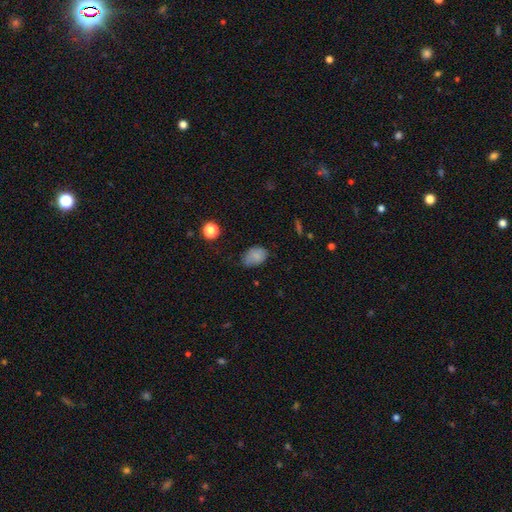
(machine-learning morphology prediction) smooth 81%, star or artifact 10%, featured or disk 9%. Down the decision tree: how rounded — in between (83%); merging — none (62%).